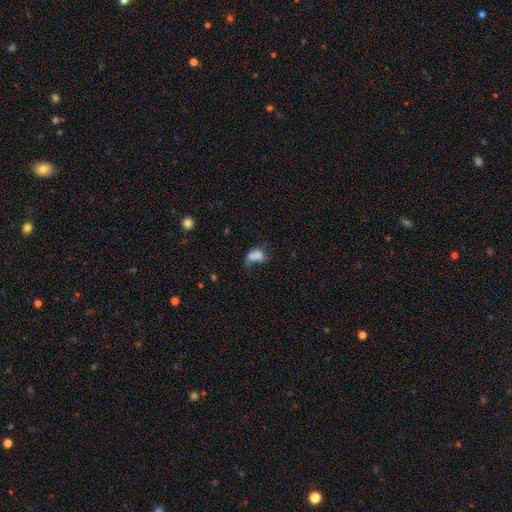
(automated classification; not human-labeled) Smooth or featured?
  - smooth: 68% *
  - featured or disk: 20%
  - star or artifact: 12%
How rounded?
  - in between: 69% *
  - round: 29%
  - cigar-shaped: 2%
Merging?
  - merger: 48% *
  - major disturbance: 19%
  - none: 19%
  - minor disturbance: 14%